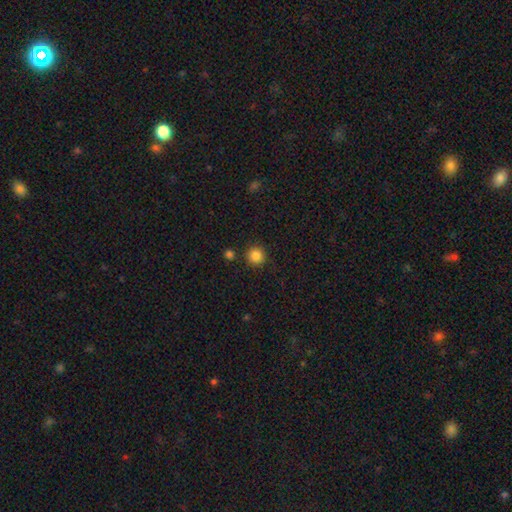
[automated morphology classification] A smooth galaxy with no disk features (85%) that is round (94%).

Vote fractions:
- Smooth or featured? smooth: 85% / star or artifact: 11% / featured or disk: 4%
- How rounded? round: 94% / in between: 5% / cigar-shaped: 1%
- Merging? none: 88% / minor disturbance: 6% / merger: 4% / major disturbance: 2%